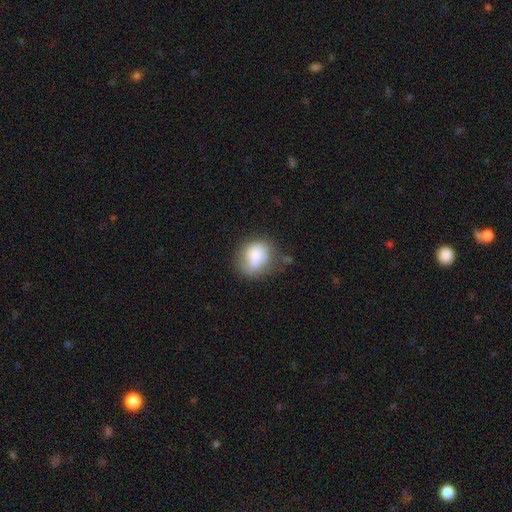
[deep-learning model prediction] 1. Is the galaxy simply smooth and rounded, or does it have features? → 70% smooth, 21% featured or disk, 9% star or artifact.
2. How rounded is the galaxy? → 57% round, 42% in between, 1% cigar-shaped.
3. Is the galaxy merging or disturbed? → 44% none, 28% minor disturbance, 16% major disturbance, 13% merger.